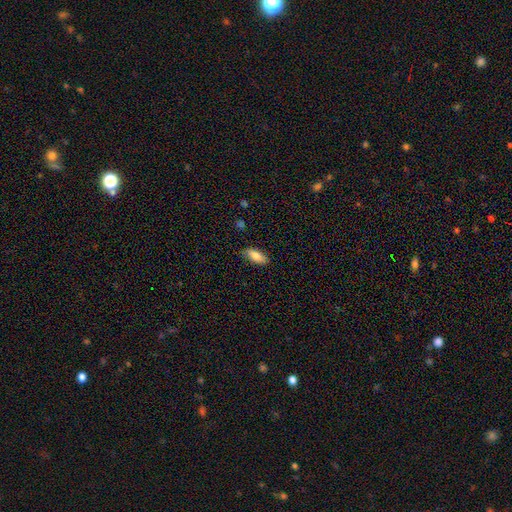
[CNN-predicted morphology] Smooth or featured? smooth (83%)
How rounded? in between (84%)
Merging? none (84%)